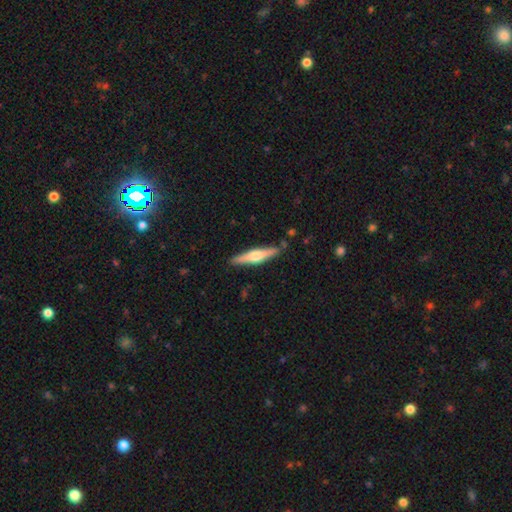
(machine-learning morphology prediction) This appears to be a featured or disk galaxy (56%) viewed edge-on (96%) with a rounded central bulge (88%). Merging: none (87%).